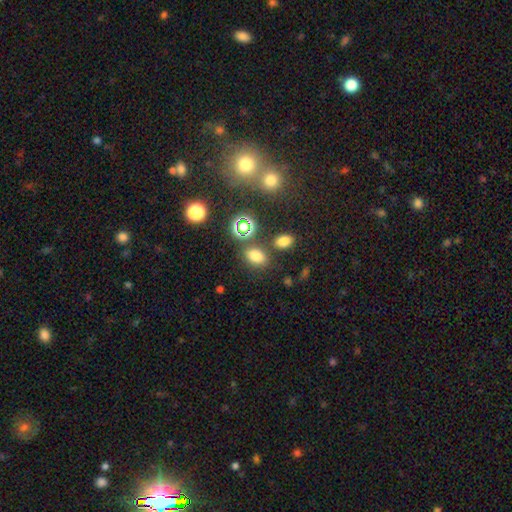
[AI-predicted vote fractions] smooth_or_featured: smooth (p=0.72) [alt: star or artifact p=0.20]
how_rounded: in between (p=0.76) [alt: round p=0.22]
merging: none (p=0.74) [alt: minor disturbance p=0.11]